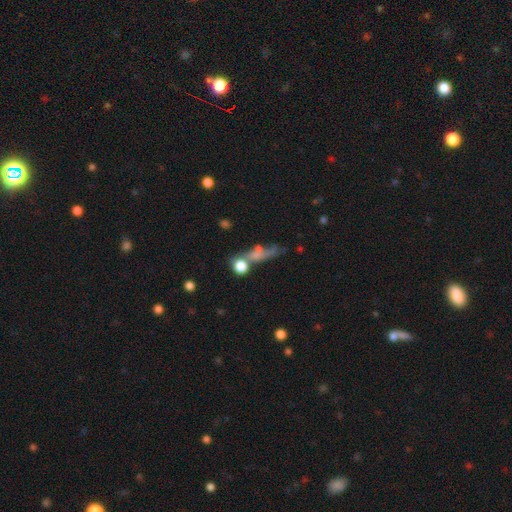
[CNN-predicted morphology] Smooth or featured: smooth — 48% (featured or disk — 29%)
Merging: none — 43% (major disturbance — 20%)